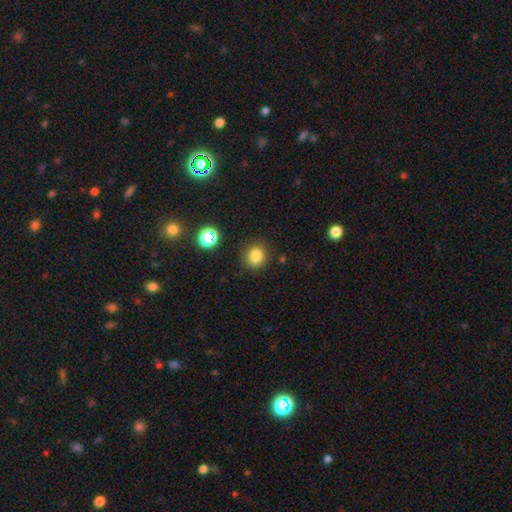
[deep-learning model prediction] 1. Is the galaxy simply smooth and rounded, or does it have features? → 81% smooth, 13% star or artifact, 6% featured or disk.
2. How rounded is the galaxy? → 70% round, 29% in between, 1% cigar-shaped.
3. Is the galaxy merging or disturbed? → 83% none, 11% minor disturbance, 3% major disturbance, 2% merger.